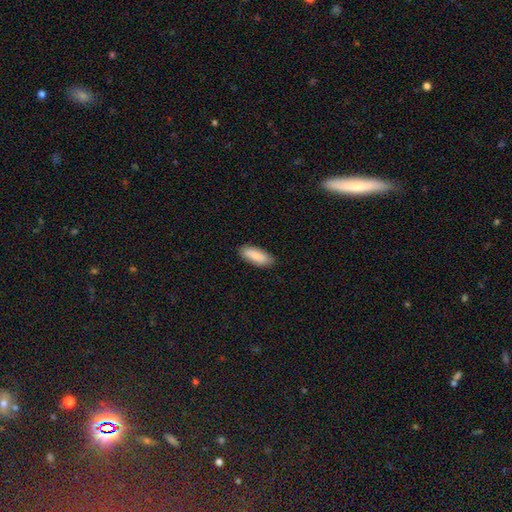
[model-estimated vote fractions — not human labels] smooth-or-featured: smooth: 87% | featured or disk: 7% | star or artifact: 6%
  how-rounded: in between: 73% | cigar-shaped: 26% | round: 2%
  merging: none: 86% | minor disturbance: 11% | major disturbance: 2% | merger: 1%